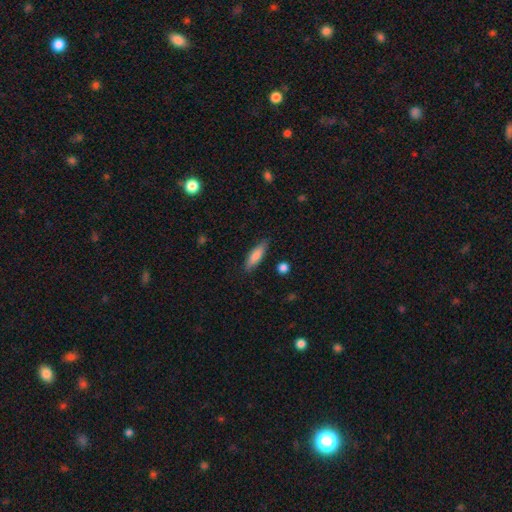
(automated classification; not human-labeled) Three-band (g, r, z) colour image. It shows a smooth galaxy with no disk features (80%) that is cigar-shaped (59%). Merging: none (84%).